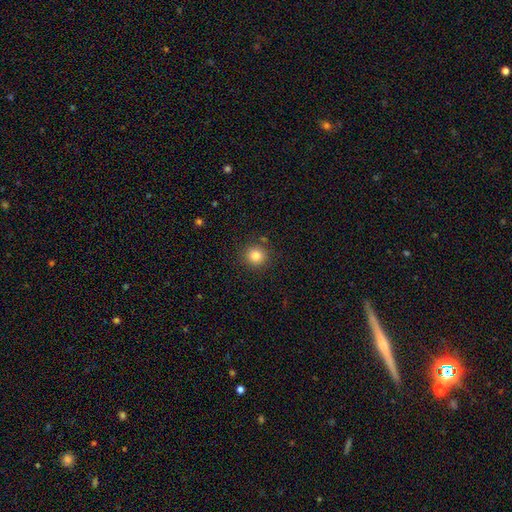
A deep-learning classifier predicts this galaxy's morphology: smooth-or-featured: smooth: 83% | star or artifact: 12% | featured or disk: 6%
  how-rounded: round: 92% | in between: 7% | cigar-shaped: 1%
  merging: none: 87% | minor disturbance: 8% | major disturbance: 3% | merger: 2%